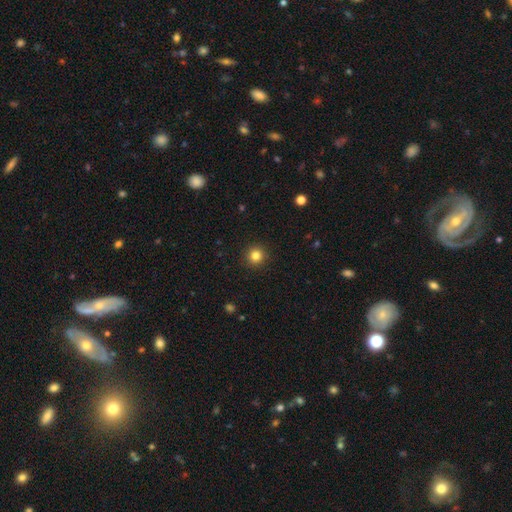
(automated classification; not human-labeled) A smooth galaxy with no disk features (83%) that is round (94%).

Vote fractions:
- Smooth or featured? smooth: 83% / star or artifact: 12% / featured or disk: 5%
- How rounded? round: 94% / in between: 5% / cigar-shaped: 1%
- Merging? none: 92% / minor disturbance: 5% / major disturbance: 2% / merger: 1%